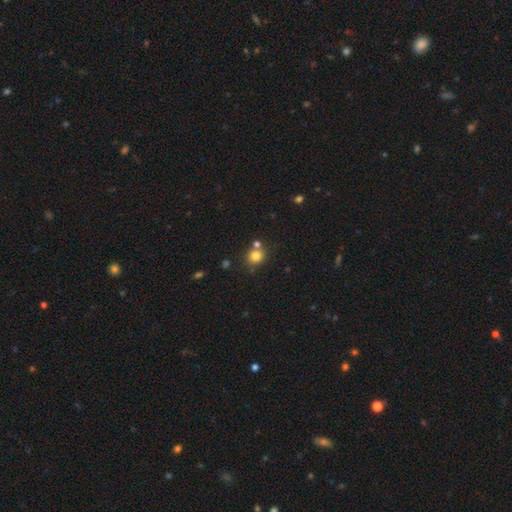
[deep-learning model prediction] Smooth or featured?
  - smooth: 80% *
  - star or artifact: 13%
  - featured or disk: 7%
How rounded?
  - round: 82% *
  - in between: 17%
  - cigar-shaped: 1%
Merging?
  - none: 66% *
  - merger: 21%
  - minor disturbance: 10%
  - major disturbance: 3%